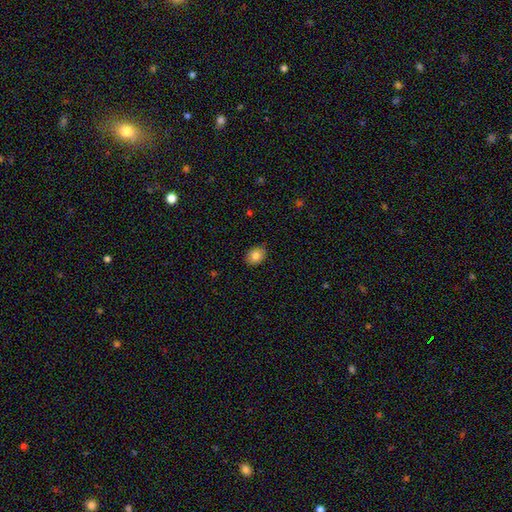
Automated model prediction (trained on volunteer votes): Overall: smooth (83%). How rounded: in between (63%; round 36%). Merging: none (84%).